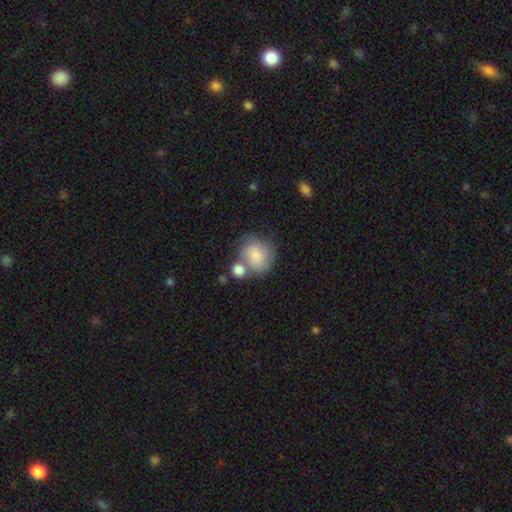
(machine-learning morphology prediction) A smooth galaxy with no disk features (68%) that is round (77%). Merging: none (40%).